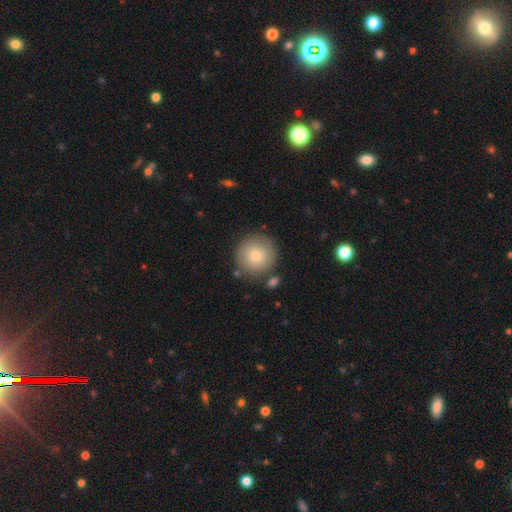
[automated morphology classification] Smooth or featured? Predicted: smooth (p=0.80). How rounded? Predicted: round (p=0.95). Merging? Predicted: none (p=0.82).